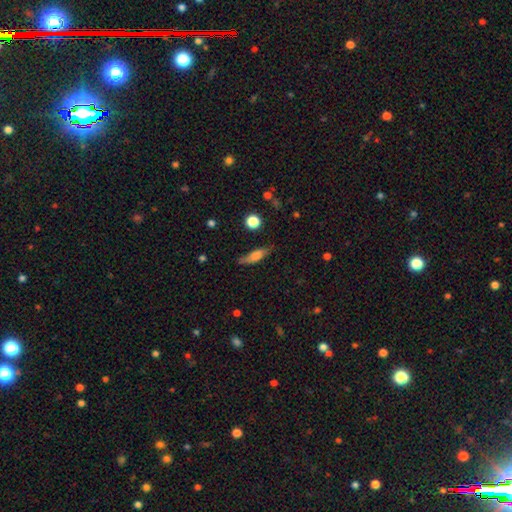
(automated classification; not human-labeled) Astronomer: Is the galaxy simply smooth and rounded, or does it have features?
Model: smooth — 67%.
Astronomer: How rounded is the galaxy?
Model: cigar-shaped — 59% (runner-up: in between, 38%).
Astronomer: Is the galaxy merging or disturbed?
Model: none — 71%.